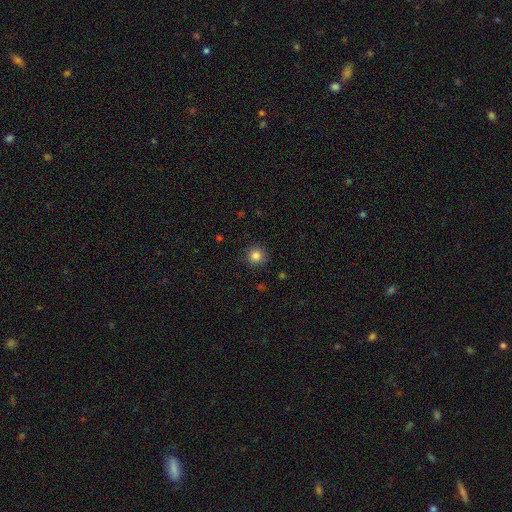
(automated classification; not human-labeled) This is clearly a smooth galaxy (84%). How rounded: clearly round (94%). Merging: clearly none (90%).